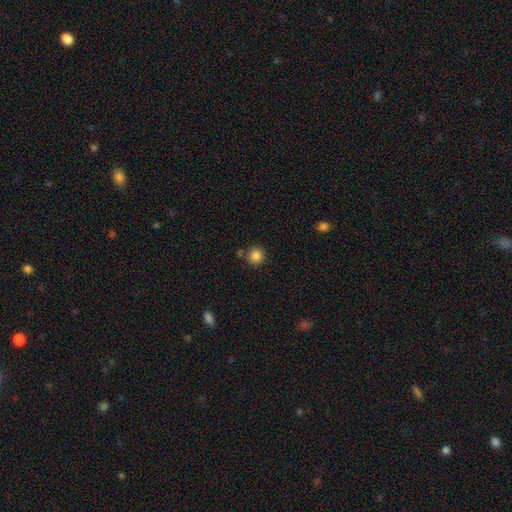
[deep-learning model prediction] Smooth or featured? Predicted: smooth (p=0.86). How rounded? Predicted: round (p=0.93). Merging? Predicted: none (p=0.81).